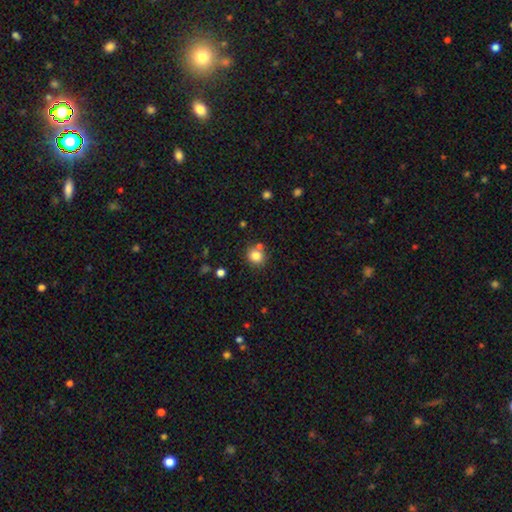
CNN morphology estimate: Smooth or featured? Predicted: smooth (p=0.82). How rounded? Predicted: round (p=0.82). Merging? Predicted: none (p=0.72).